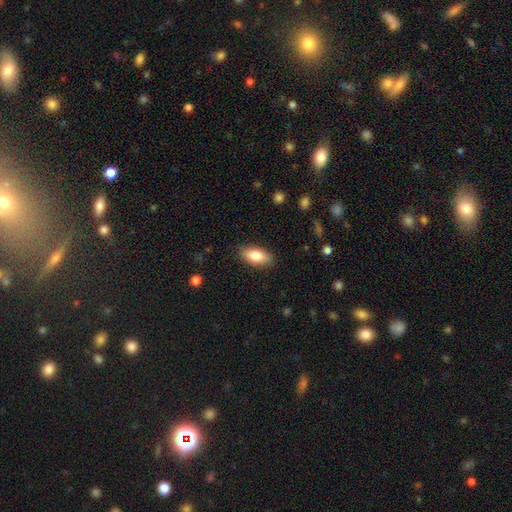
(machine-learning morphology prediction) Smooth or featured?
  - smooth: 83% *
  - featured or disk: 11%
  - star or artifact: 6%
How rounded?
  - in between: 87% *
  - cigar-shaped: 10%
  - round: 3%
Merging?
  - none: 87% *
  - minor disturbance: 10%
  - major disturbance: 2%
  - merger: 1%